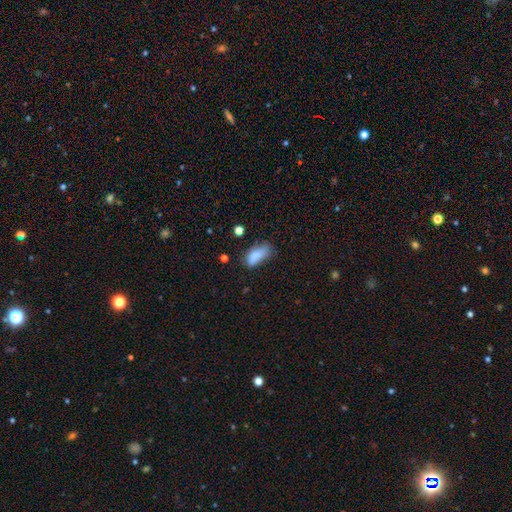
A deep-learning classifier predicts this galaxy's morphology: A smooth galaxy with no disk features (83%) that is in between round and cigar-shaped (87%). Merging: none (45%).